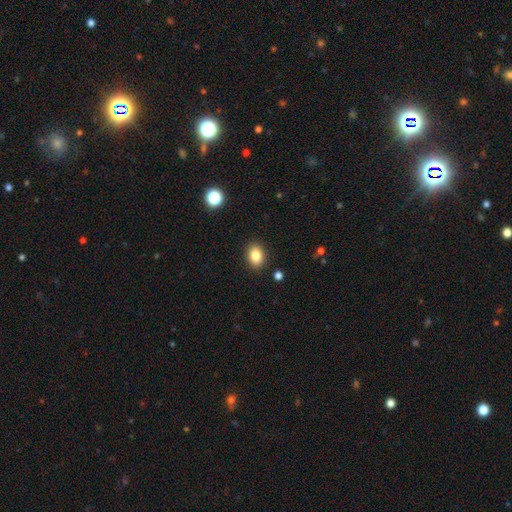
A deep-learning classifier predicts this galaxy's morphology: A smooth galaxy with no disk features (84%) that is in between round and cigar-shaped (72%).

Vote fractions:
- Smooth or featured? smooth: 84% / star or artifact: 9% / featured or disk: 7%
- How rounded? in between: 72% / round: 27% / cigar-shaped: 1%
- Merging? none: 89% / minor disturbance: 8% / major disturbance: 2% / merger: 1%